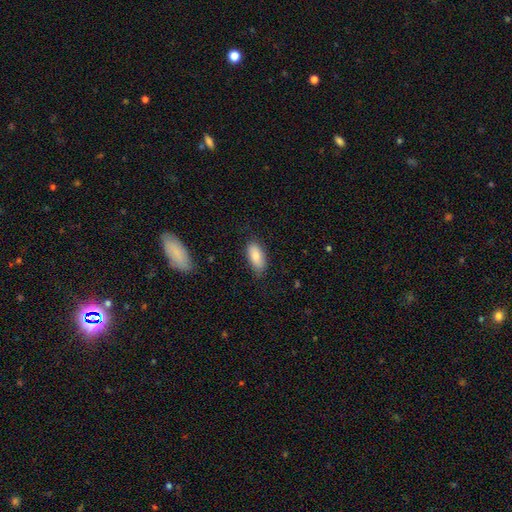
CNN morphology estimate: Q: Smooth or featured?
A: smooth (83%); runner-up: featured or disk (10%)
Q: How rounded?
A: in between (90%); runner-up: cigar-shaped (7%)
Q: Merging?
A: none (78%); runner-up: minor disturbance (17%)